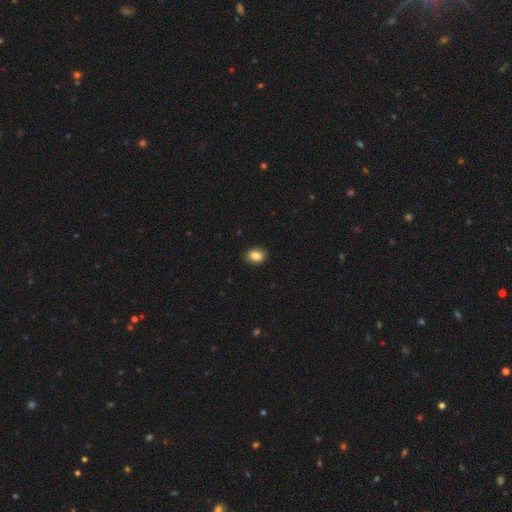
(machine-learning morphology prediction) Smooth or featured? smooth (85%)
How rounded? in between (51%)
Merging? none (90%)